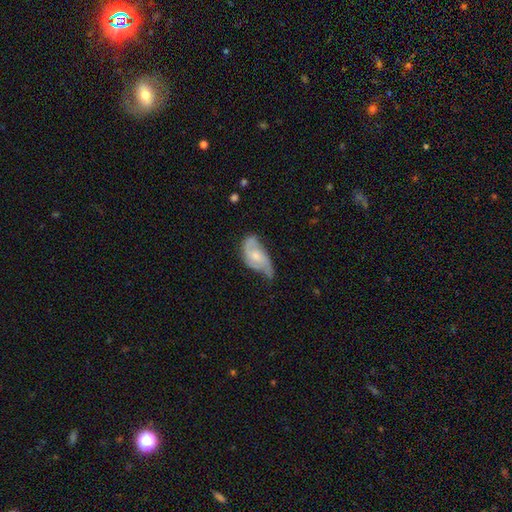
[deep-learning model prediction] A featured or disk galaxy (68%) with no bar (66%), 2 (70%) medium (45%) spiral arms (89%) and a moderate central bulge (46%). Merging: minor disturbance (38%).